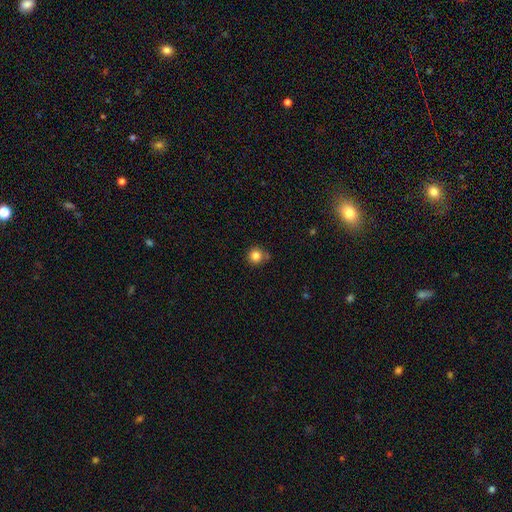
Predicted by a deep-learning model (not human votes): A smooth galaxy with no disk features (84%) that is round (93%).

Vote fractions:
- Smooth or featured? smooth: 84% / star or artifact: 11% / featured or disk: 5%
- How rounded? round: 93% / in between: 6% / cigar-shaped: 1%
- Merging? none: 74% / minor disturbance: 14% / merger: 8% / major disturbance: 4%